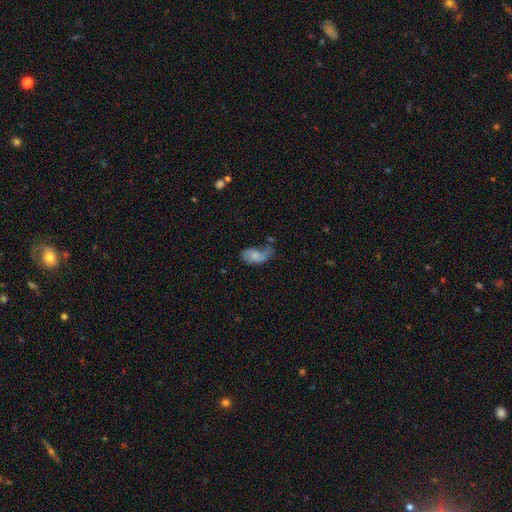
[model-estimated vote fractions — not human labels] smooth_or_featured: smooth (p=0.59) [alt: featured or disk p=0.32]
how_rounded: in between (p=0.91) [alt: round p=0.05]
merging: major disturbance (p=0.33) [alt: minor disturbance p=0.30]